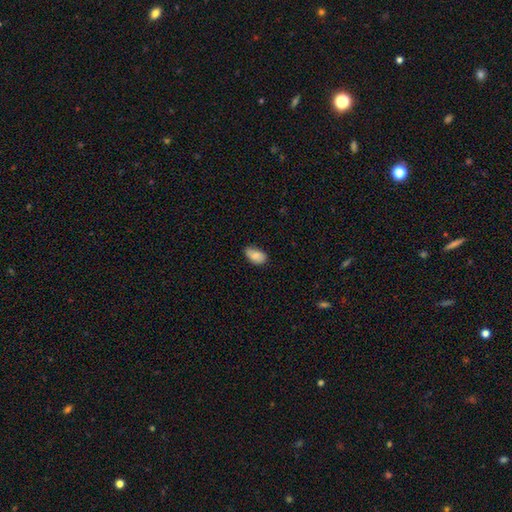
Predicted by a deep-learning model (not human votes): Smooth or featured?
  - smooth: 83% *
  - featured or disk: 10%
  - star or artifact: 7%
How rounded?
  - in between: 92% *
  - round: 7%
  - cigar-shaped: 2%
Merging?
  - none: 59% *
  - minor disturbance: 33%
  - major disturbance: 6%
  - merger: 2%